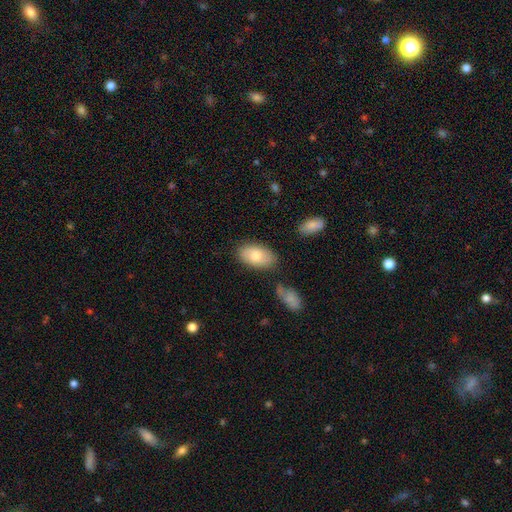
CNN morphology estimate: A smooth galaxy with no disk features (75%) that is in between round and cigar-shaped (93%).

Vote fractions:
- Smooth or featured? smooth: 75% / featured or disk: 19% / star or artifact: 6%
- How rounded? in between: 93% / round: 5% / cigar-shaped: 2%
- Merging? none: 78% / minor disturbance: 15% / merger: 4% / major disturbance: 3%